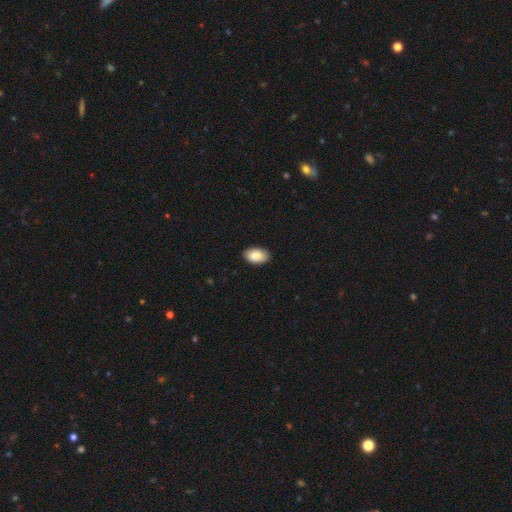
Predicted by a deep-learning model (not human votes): smooth-or-featured: smooth: 88% | star or artifact: 6% | featured or disk: 6%
  how-rounded: in between: 94% | round: 5% | cigar-shaped: 1%
  merging: none: 89% | minor disturbance: 9% | major disturbance: 2% | merger: 1%